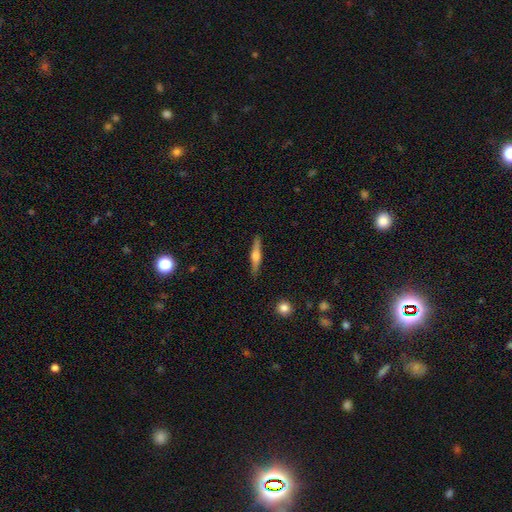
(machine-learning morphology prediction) This appears to be a featured or disk galaxy (60%) viewed edge-on (97%) with a rounded central bulge (88%). Merging: none (90%).